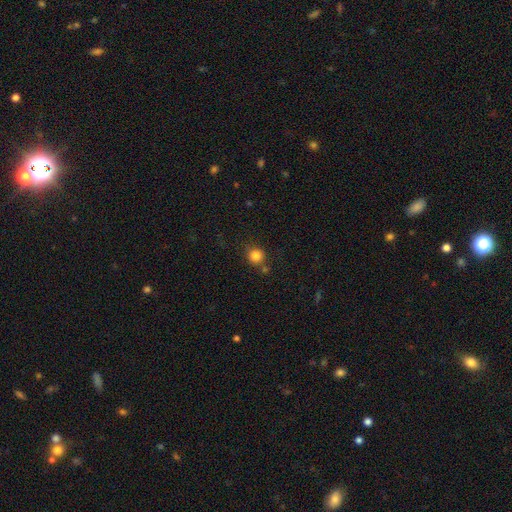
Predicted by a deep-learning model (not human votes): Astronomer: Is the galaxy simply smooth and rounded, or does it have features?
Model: smooth — 83%.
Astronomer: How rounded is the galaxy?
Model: round — 91%.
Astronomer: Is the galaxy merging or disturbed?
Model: none — 77%.